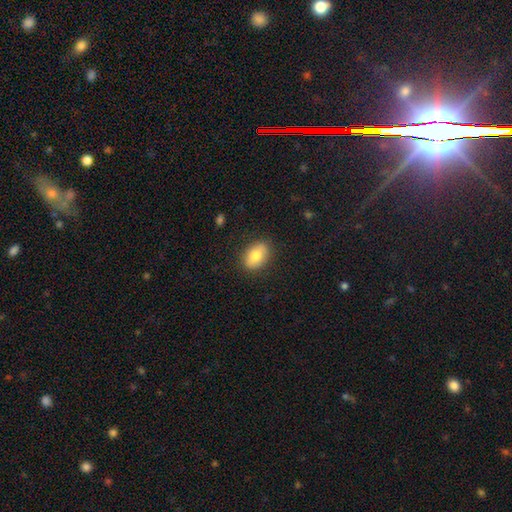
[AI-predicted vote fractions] smooth 76%, featured or disk 17%, star or artifact 7%. Down the decision tree: how rounded — in between (83%); merging — none (86%).